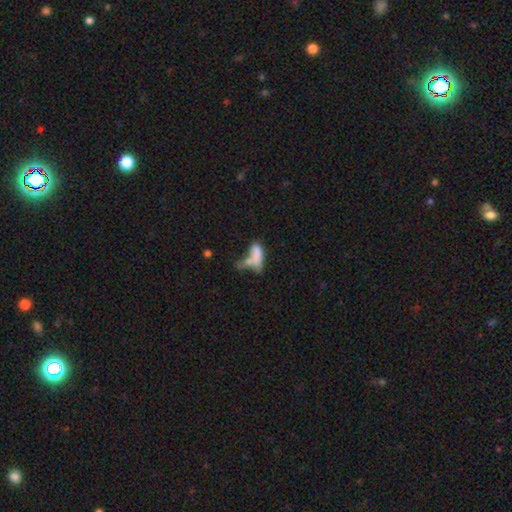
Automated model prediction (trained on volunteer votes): Smooth or featured?
  - smooth: 70% *
  - featured or disk: 19%
  - star or artifact: 11%
How rounded?
  - in between: 73% *
  - cigar-shaped: 23%
  - round: 4%
Merging?
  - merger: 44% *
  - major disturbance: 21%
  - none: 20%
  - minor disturbance: 14%